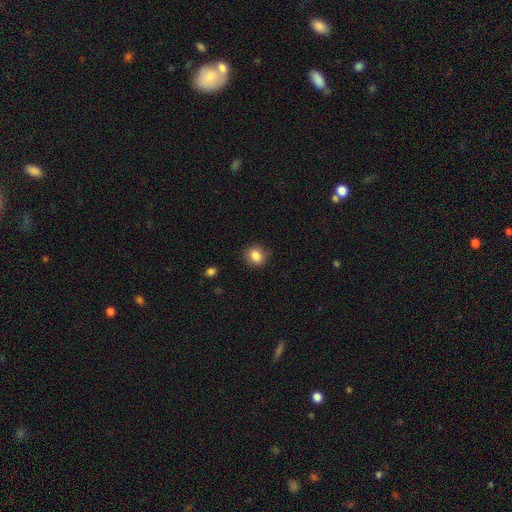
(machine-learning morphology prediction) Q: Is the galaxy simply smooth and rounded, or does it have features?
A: smooth — 86%.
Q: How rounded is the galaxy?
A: round — 71%.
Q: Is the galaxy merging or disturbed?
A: none — 88%.